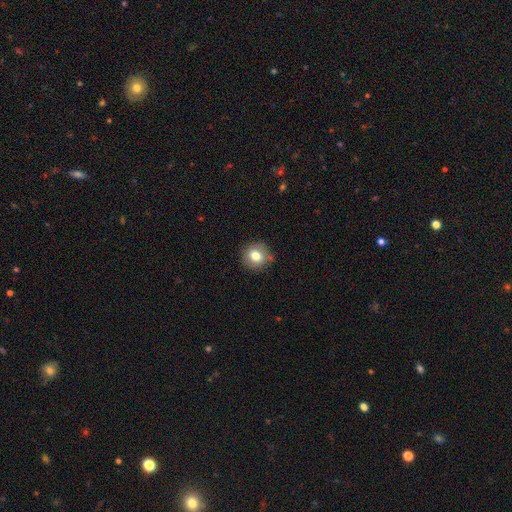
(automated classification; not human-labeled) This appears to be a smooth galaxy with no disk features (78%) that is round (86%). Merging: none (83%).